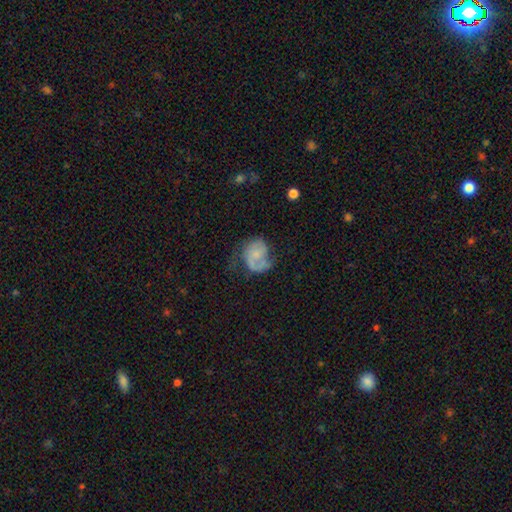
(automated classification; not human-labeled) smooth-or-featured: featured or disk: 54% | smooth: 38% | star or artifact: 8%
  disk-edge-on: no: 98% | yes: 2%
    bar: no: 75% | weak: 22% | strong: 4%
    has-spiral-arms: yes: 76% | no: 24%
    bulge-size: small: 49% | moderate: 23% | none: 23% | large: 3% | dominant: 2%
  merging: none: 36% | major disturbance: 34% | minor disturbance: 27% | merger: 4%